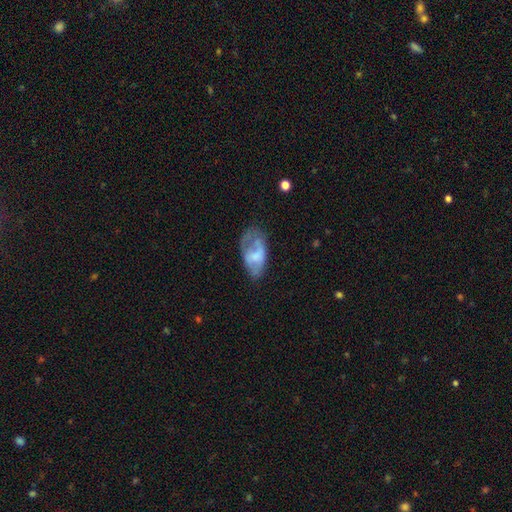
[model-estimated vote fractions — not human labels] Smooth or featured?
  - smooth: 52% *
  - featured or disk: 40%
  - star or artifact: 8%
How rounded?
  - in between: 92% *
  - round: 5%
  - cigar-shaped: 3%
Merging?
  - none: 38% *
  - minor disturbance: 29%
  - major disturbance: 29%
  - merger: 4%